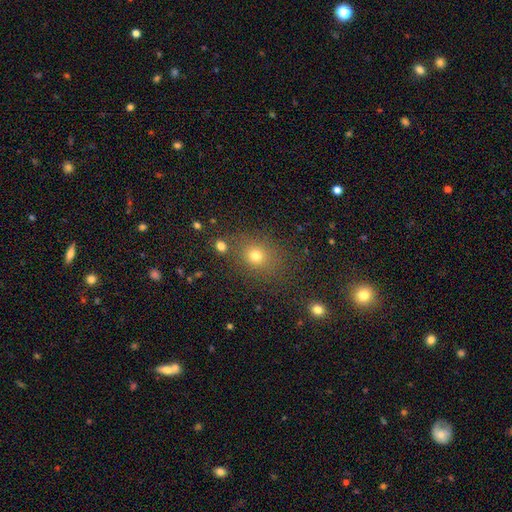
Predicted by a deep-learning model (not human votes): Smooth or featured?
  - smooth: 72% *
  - star or artifact: 19%
  - featured or disk: 9%
How rounded?
  - round: 65% *
  - in between: 34%
  - cigar-shaped: 1%
Merging?
  - none: 77% *
  - minor disturbance: 12%
  - merger: 6%
  - major disturbance: 5%